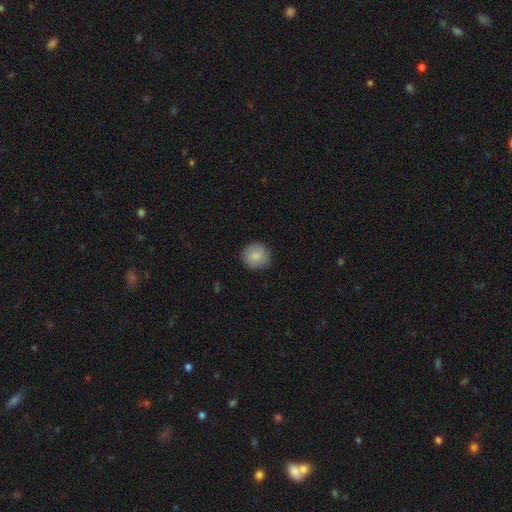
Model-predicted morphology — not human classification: This is clearly a smooth galaxy (86%). How rounded: clearly round (90%). Merging: clearly none (87%).